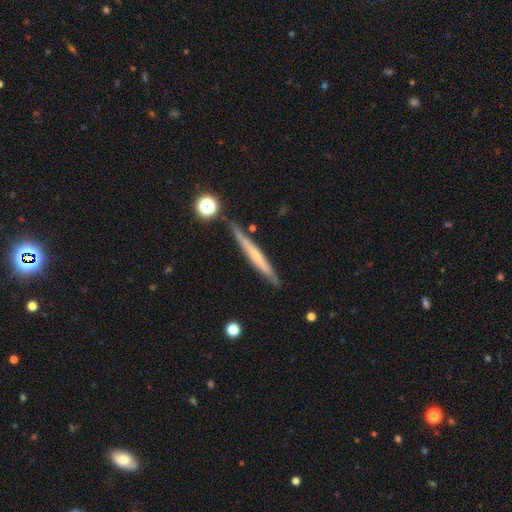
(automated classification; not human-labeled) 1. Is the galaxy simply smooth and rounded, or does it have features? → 54% featured or disk, 39% smooth, 7% star or artifact.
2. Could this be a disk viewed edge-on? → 95% yes, 5% no.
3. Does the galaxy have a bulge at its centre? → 59% none, 34% rounded, 7% boxy.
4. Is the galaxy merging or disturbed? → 81% none, 13% minor disturbance, 4% merger, 2% major disturbance.